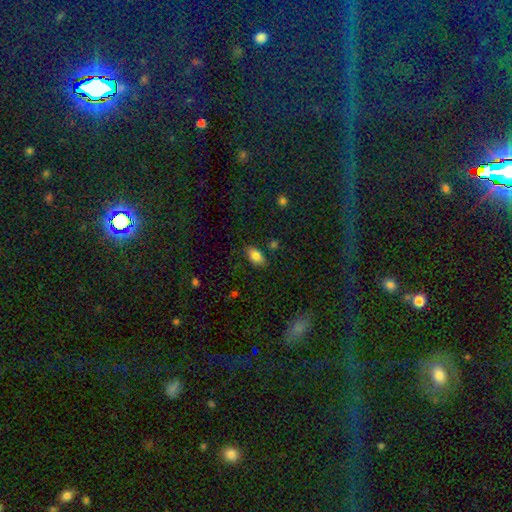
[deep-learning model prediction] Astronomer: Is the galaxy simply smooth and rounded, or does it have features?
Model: smooth — 83%.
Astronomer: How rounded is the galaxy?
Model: in between — 90%.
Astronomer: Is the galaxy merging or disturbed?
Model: none — 79%.